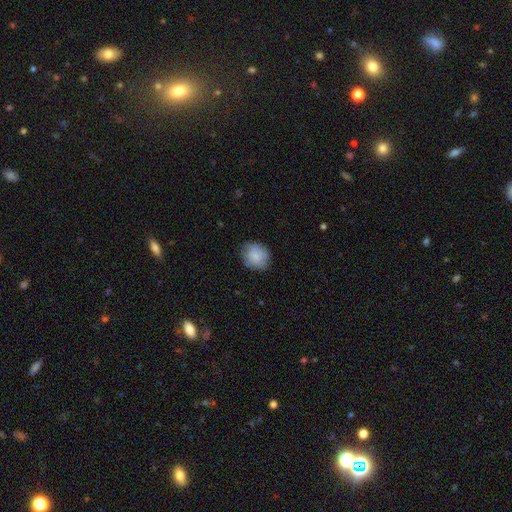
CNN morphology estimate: A smooth galaxy with no disk features (82%) that is round (73%). Merging: none (78%).